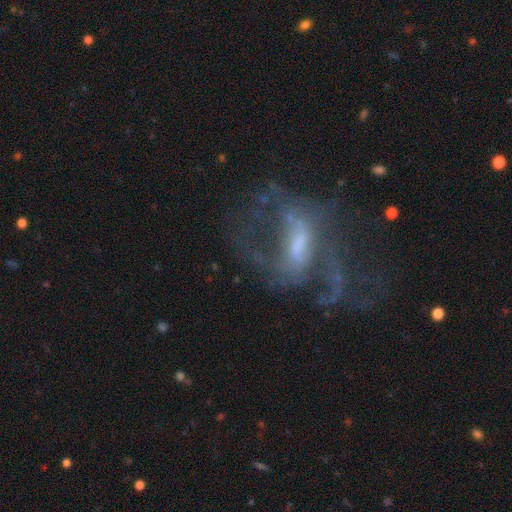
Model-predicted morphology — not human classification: A featured or disk galaxy (76%) with a weak bar (41%), spiral arms (72%) and a small central bulge (42%).

Vote fractions:
- Smooth or featured? featured or disk: 76% / star or artifact: 13% / smooth: 11%
- Edge-on disk? no: 91% / yes: 9%
- Bar? weak: 41% / strong: 34% / no: 25%
- Spiral arms? yes: 72% / no: 28%
- Bulge size? small: 42% / moderate: 37% / none: 14% / large: 6% / dominant: 1%
- Merging? none: 44% / major disturbance: 37% / minor disturbance: 15% / merger: 4%